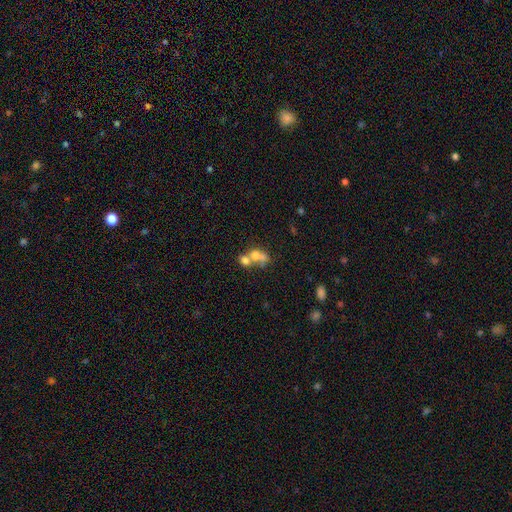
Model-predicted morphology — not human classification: Smooth or featured? Predicted: smooth (p=0.62). How rounded? Predicted: round (p=0.58). Merging? Predicted: merger (p=0.67).